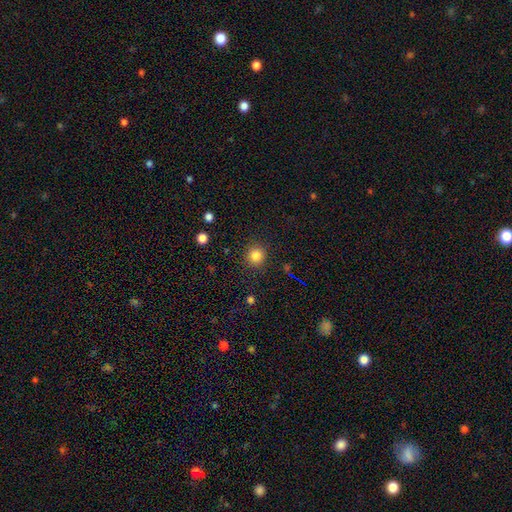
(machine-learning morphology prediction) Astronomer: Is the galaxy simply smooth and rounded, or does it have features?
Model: smooth — 83%.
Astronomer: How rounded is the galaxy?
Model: round — 91%.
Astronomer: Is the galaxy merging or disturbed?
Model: none — 89%.